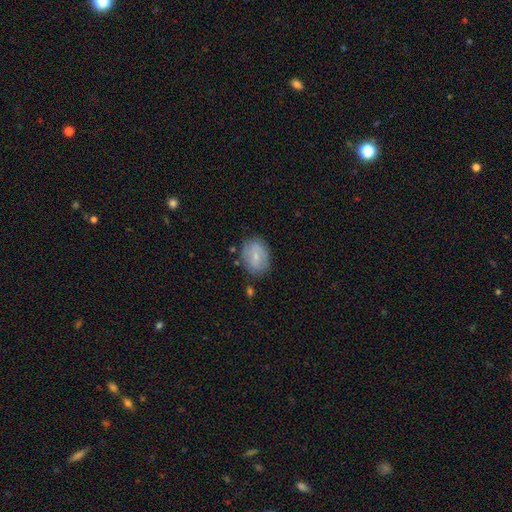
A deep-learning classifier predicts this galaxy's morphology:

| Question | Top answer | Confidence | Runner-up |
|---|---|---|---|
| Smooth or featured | smooth | 64% | featured or disk (28%) |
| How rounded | in between | 69% | round (30%) |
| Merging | none | 76% | minor disturbance (17%) |